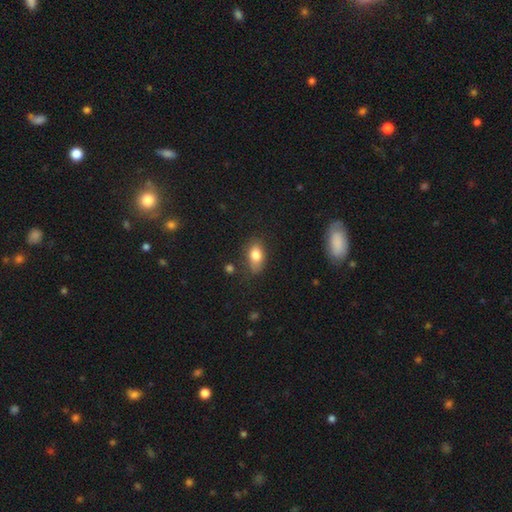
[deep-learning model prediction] Morphology: type=smooth (79%); roundness=in between (84%); merging=none (70%).